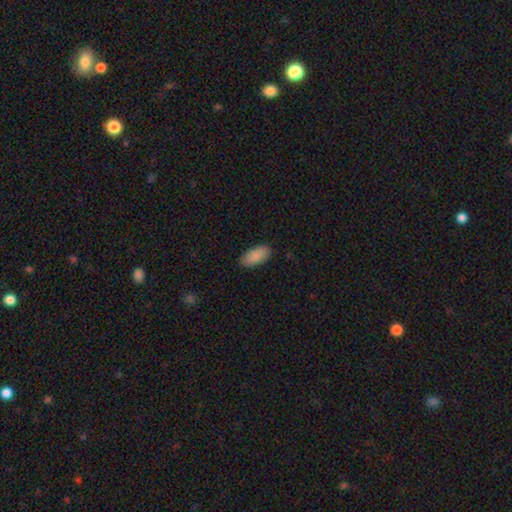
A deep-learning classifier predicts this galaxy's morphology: Smooth or featured: smooth — 89% (star or artifact — 6%)
How rounded: in between — 92% (cigar-shaped — 6%)
Merging: none — 87% (minor disturbance — 10%)